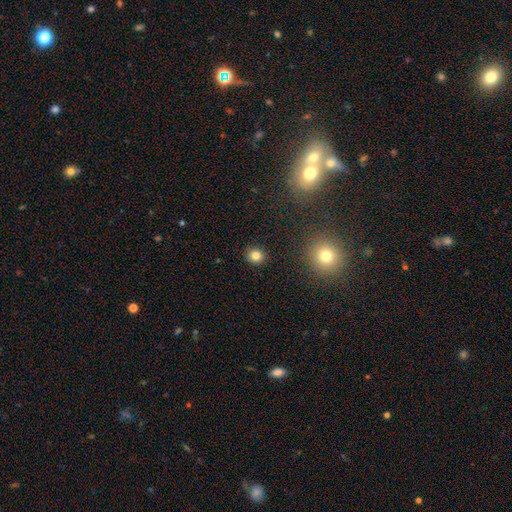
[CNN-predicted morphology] A smooth galaxy with no disk features (81%) that is round (83%). Merging: none (91%).